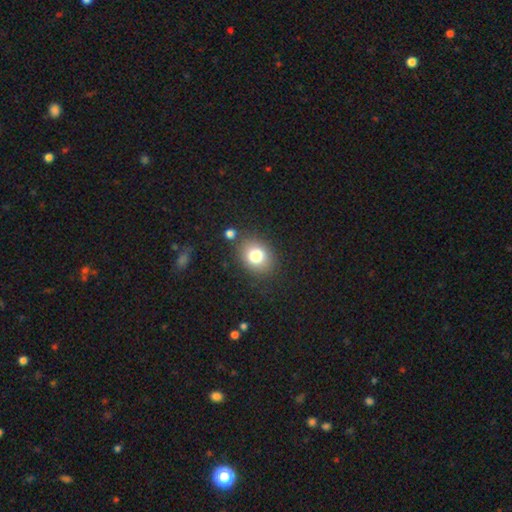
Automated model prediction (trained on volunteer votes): The model was most divided on "how rounded": round: 55%, in between: 44%, cigar-shaped: 1%. More confident: merging — none (80%); smooth or featured — smooth (78%).